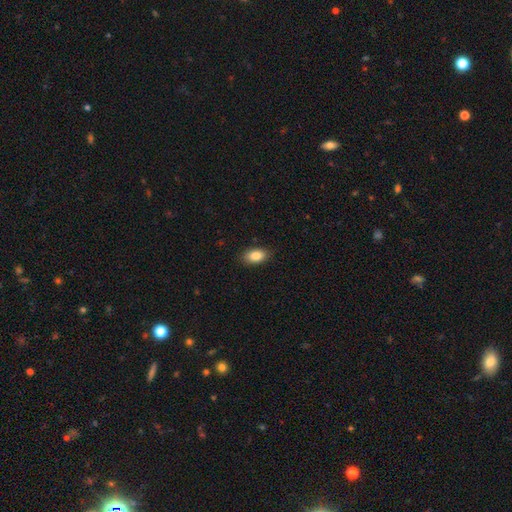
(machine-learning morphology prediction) Smooth or featured? Predicted: smooth (p=0.86). How rounded? Predicted: in between (p=0.91). Merging? Predicted: none (p=0.88).